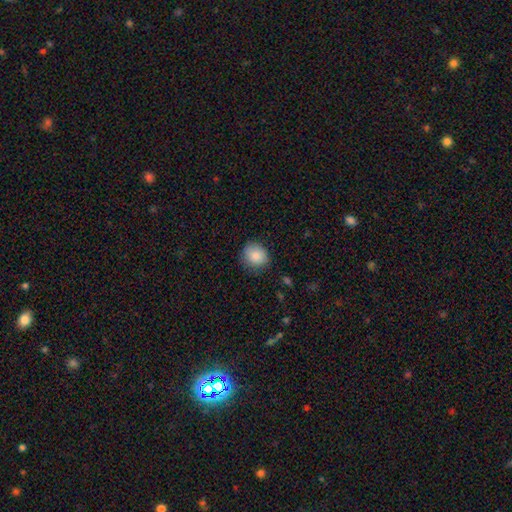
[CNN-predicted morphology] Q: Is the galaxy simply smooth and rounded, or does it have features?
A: smooth — 86%.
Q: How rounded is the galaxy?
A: round — 73%.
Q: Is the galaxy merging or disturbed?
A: none — 80%.